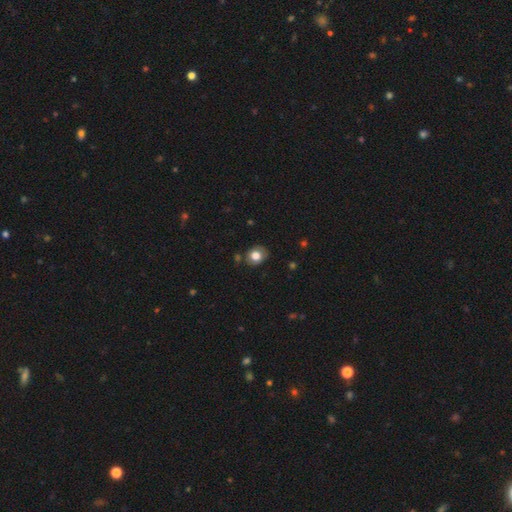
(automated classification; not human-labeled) The model was most divided on "how rounded": round: 60%, in between: 39%, cigar-shaped: 1%. More confident: merging — none (78%); smooth or featured — smooth (78%).